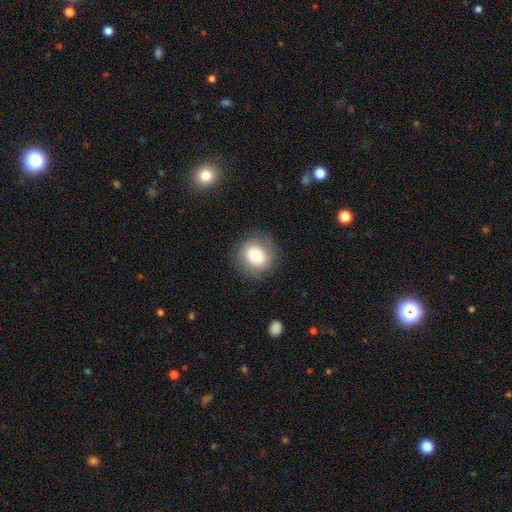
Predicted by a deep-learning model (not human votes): Smooth or featured: smooth — 76% (featured or disk — 15%)
How rounded: round — 83% (in between — 16%)
Merging: none — 85% (minor disturbance — 10%)